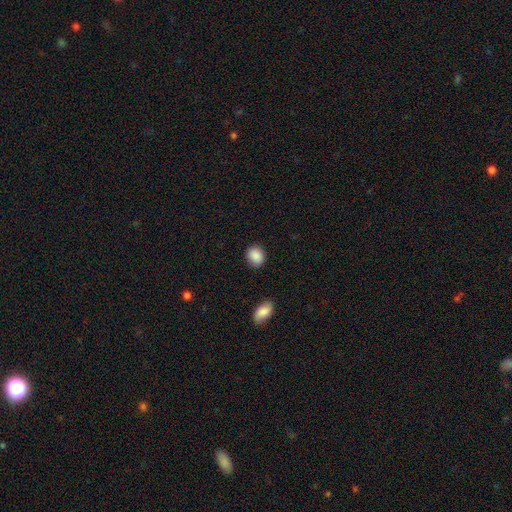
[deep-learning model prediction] smooth-or-featured: smooth: 89% | star or artifact: 8% | featured or disk: 3%
  how-rounded: round: 59% | in between: 40% | cigar-shaped: 1%
  merging: none: 87% | minor disturbance: 9% | major disturbance: 2% | merger: 2%